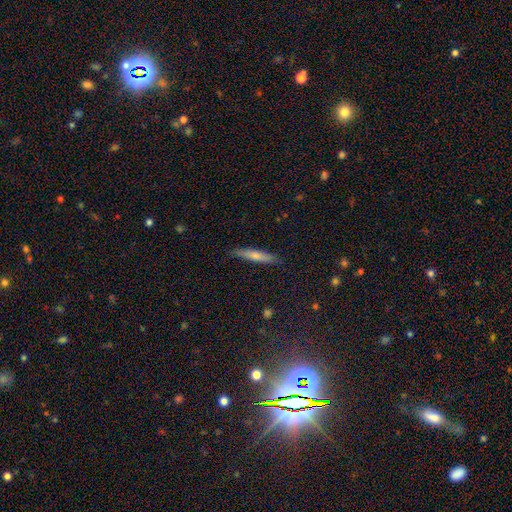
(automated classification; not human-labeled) This is likely a smooth galaxy (66%). How rounded: clearly cigar-shaped (89%). Merging: clearly none (85%).